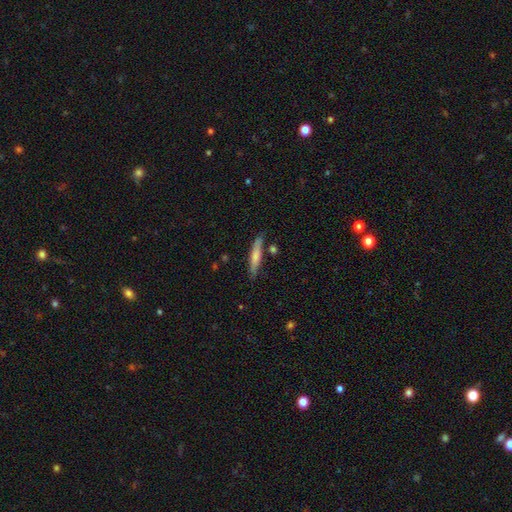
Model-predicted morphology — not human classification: A smooth galaxy with no disk features (64%) that is cigar-shaped (88%).

Vote fractions:
- Smooth or featured? smooth: 64% / featured or disk: 30% / star or artifact: 6%
- How rounded? cigar-shaped: 88% / in between: 10% / round: 2%
- Merging? none: 78% / minor disturbance: 15% / merger: 5% / major disturbance: 3%